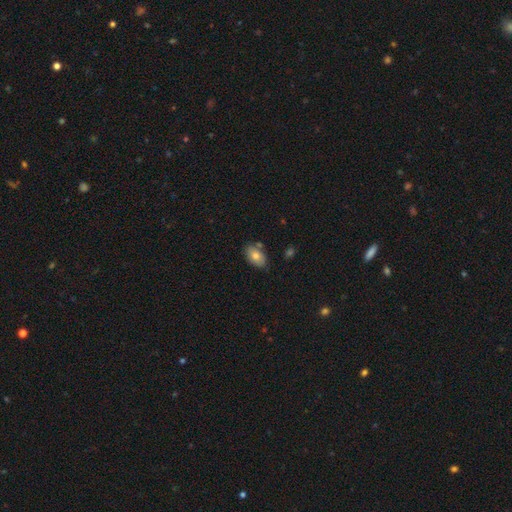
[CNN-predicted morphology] Overall: smooth (78%). How rounded: in between (91%). Merging: none (76%).